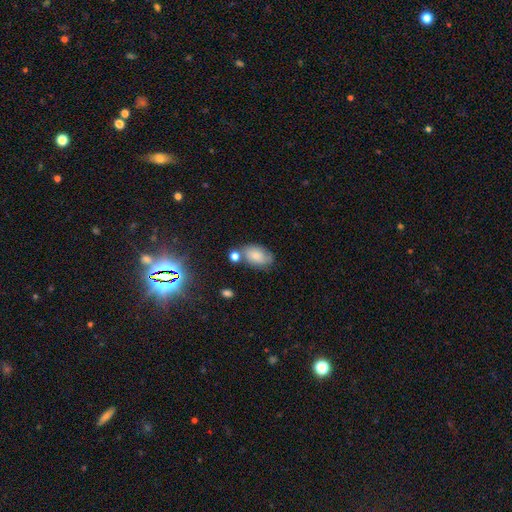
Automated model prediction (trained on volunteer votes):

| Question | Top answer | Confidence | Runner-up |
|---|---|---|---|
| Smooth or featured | smooth | 71% | featured or disk (19%) |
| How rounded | in between | 90% | round (8%) |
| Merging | none | 55% | minor disturbance (22%) |